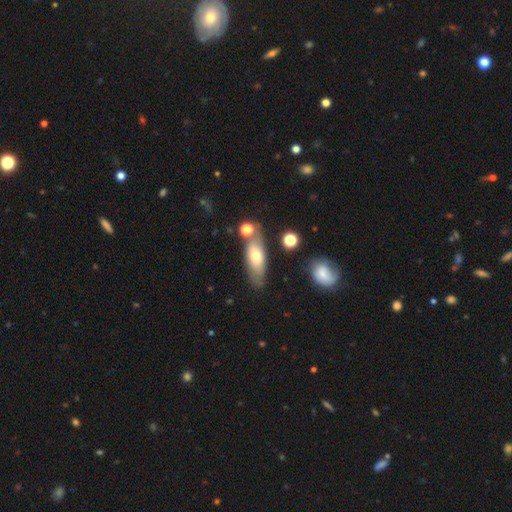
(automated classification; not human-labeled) A smooth galaxy with no disk features (65%) that is in between round and cigar-shaped (66%).

Vote fractions:
- Smooth or featured? smooth: 65% / featured or disk: 28% / star or artifact: 7%
- How rounded? in between: 66% / cigar-shaped: 31% / round: 3%
- Merging? none: 67% / minor disturbance: 16% / merger: 12% / major disturbance: 5%